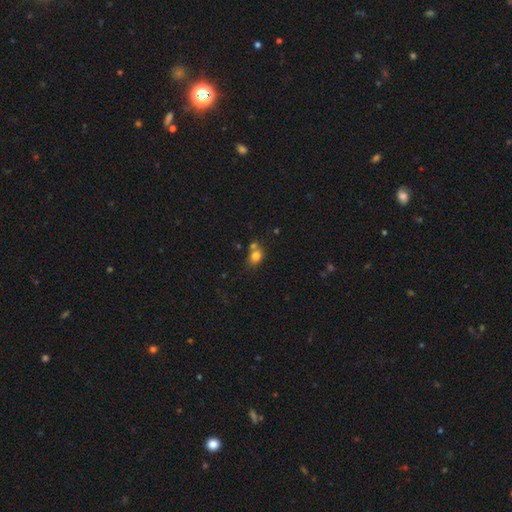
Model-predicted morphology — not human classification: A smooth galaxy with no disk features (78%) that is round (58%). Merging: none (50%).